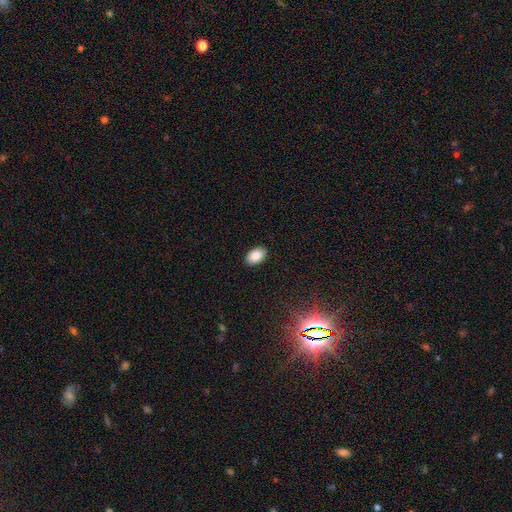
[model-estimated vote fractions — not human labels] A smooth galaxy with no disk features (86%) that is in between round and cigar-shaped (92%). Merging: none (89%).